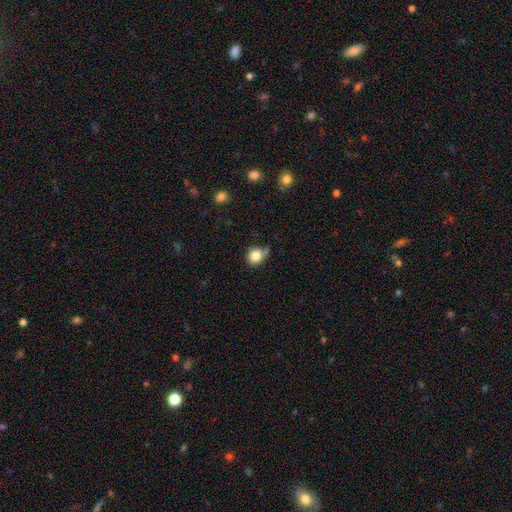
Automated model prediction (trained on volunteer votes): smooth_or_featured: smooth (p=0.82) [alt: star or artifact p=0.10]
how_rounded: round (p=0.80) [alt: in between p=0.19]
merging: none (p=0.59) [alt: minor disturbance p=0.25]